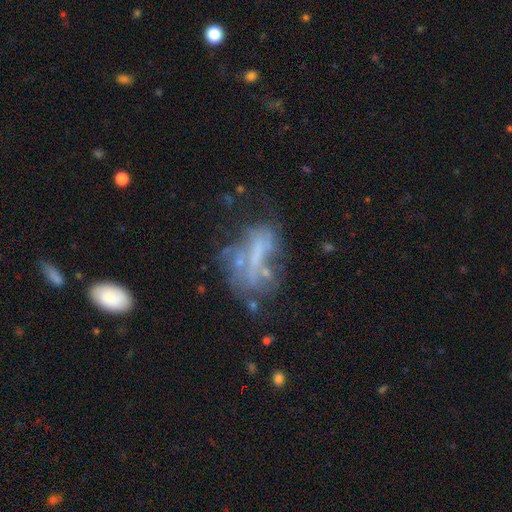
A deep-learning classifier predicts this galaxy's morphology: Overall: featured or disk (58%; smooth 25%). Edge-on disk: no (92%). Bar: no (60%; weak 23%). Spiral arms: no (78%). Bulge size: none (63%). Merging: none (39%; major disturbance 29%).